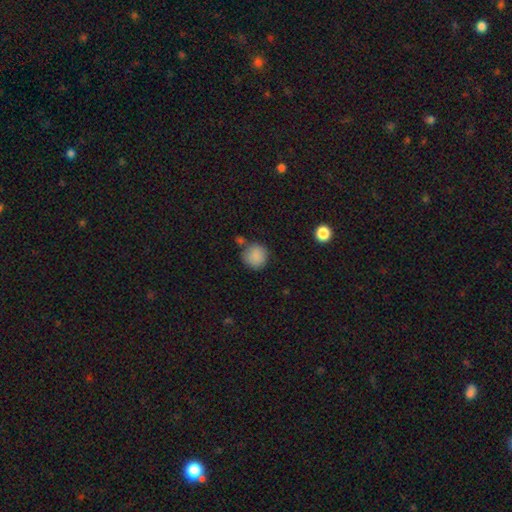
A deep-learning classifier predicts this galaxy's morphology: smooth_or_featured: smooth (p=0.87) [alt: star or artifact p=0.09]
how_rounded: round (p=0.91) [alt: in between p=0.08]
merging: none (p=0.69) [alt: minor disturbance p=0.15]